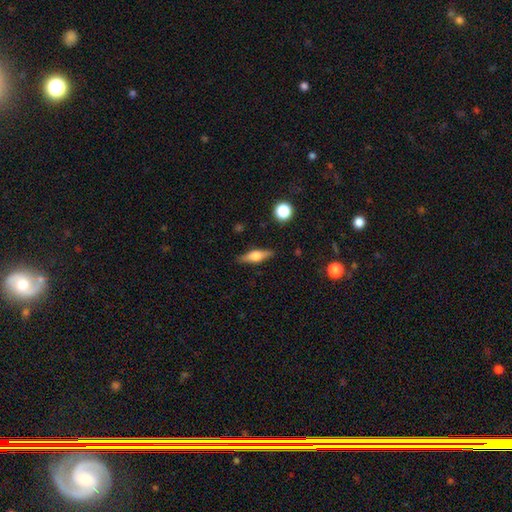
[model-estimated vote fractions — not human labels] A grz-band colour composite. It shows a featured or disk galaxy (47%). Merging: none (86%).